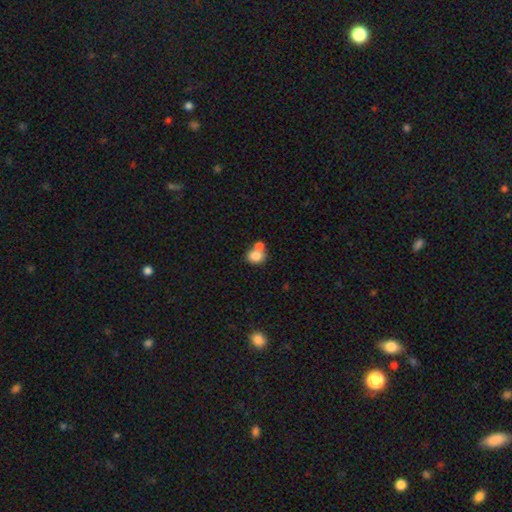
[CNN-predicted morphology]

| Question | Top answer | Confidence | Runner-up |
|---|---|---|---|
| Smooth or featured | smooth | 80% | featured or disk (10%) |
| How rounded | round | 50% | in between (49%) |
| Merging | merger | 49% | none (38%) |